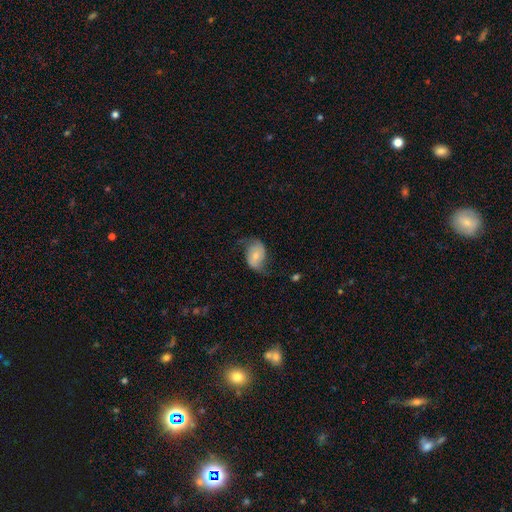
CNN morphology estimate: A featured or disk galaxy (59%) with no bar (66%), spiral arms (87%) and a small central bulge (50%). Merging: none (58%).